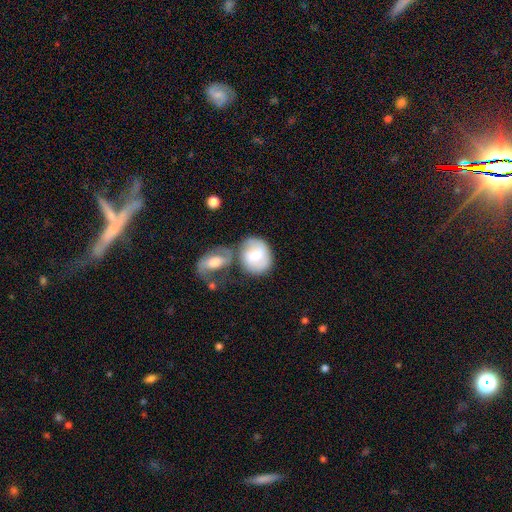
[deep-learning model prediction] Smooth or featured? Predicted: featured or disk (p=0.48). Merging? Predicted: merger (p=0.41).